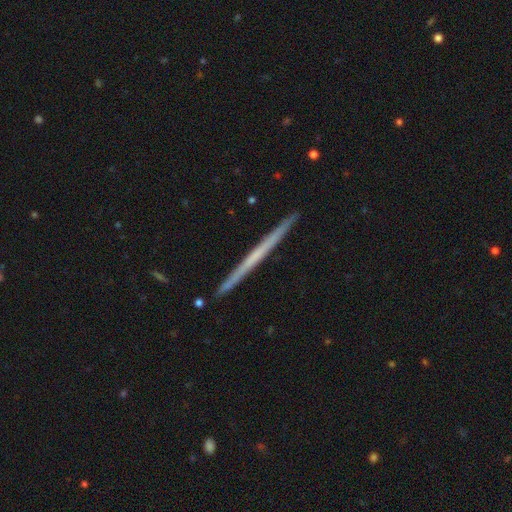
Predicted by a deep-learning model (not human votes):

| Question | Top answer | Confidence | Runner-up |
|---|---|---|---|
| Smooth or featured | featured or disk | 62% | smooth (32%) |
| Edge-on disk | yes | 98% | no (2%) |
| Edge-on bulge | none | 87% | rounded (10%) |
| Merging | none | 92% | minor disturbance (5%) |